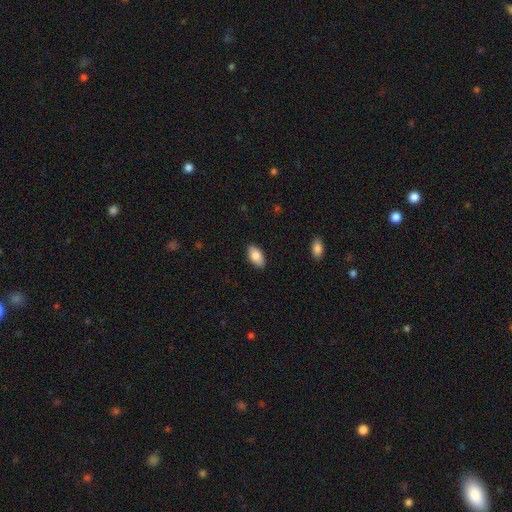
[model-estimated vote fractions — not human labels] The model was most divided on "smooth or featured": smooth: 84%, featured or disk: 10%, star or artifact: 7%. More confident: how rounded — in between (94%); merging — none (88%).